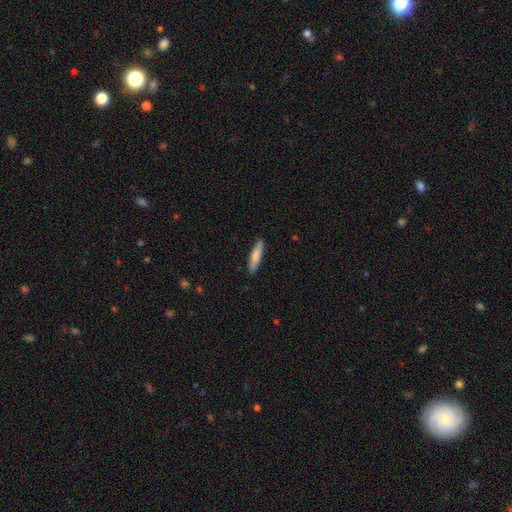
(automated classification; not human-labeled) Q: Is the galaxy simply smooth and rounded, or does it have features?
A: smooth — 80%.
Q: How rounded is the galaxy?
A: cigar-shaped — 84%.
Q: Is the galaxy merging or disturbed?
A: none — 89%.